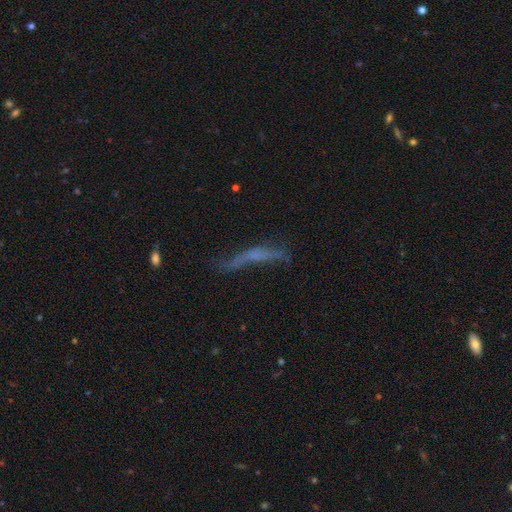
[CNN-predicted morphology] Smooth or featured: featured or disk — 44% (smooth — 40%)
Merging: none — 44% (minor disturbance — 26%)